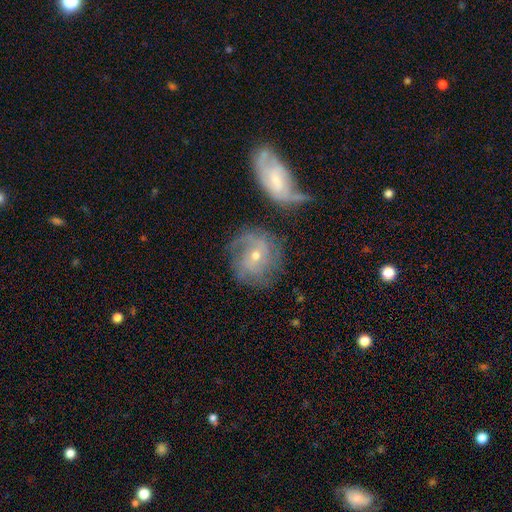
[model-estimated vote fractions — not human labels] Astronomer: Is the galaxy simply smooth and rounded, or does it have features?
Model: featured or disk — 73%.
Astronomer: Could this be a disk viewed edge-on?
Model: no — 96%.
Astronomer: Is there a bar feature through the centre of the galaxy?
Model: no — 64%.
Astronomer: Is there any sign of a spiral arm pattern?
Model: yes — 89%.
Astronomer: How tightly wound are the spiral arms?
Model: tight — 46% (runner-up: medium, 37%).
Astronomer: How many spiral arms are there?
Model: can't tell — 35% (runner-up: 2, 27%).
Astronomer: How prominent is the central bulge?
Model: small — 59% (runner-up: moderate, 38%).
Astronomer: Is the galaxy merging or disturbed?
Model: none — 58%.